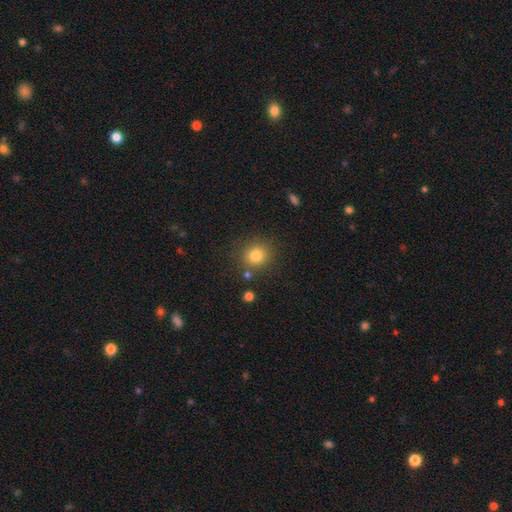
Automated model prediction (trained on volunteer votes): smooth_or_featured: smooth (p=0.81) [alt: star or artifact p=0.12]
how_rounded: round (p=0.84) [alt: in between p=0.15]
merging: none (p=0.81) [alt: minor disturbance p=0.10]